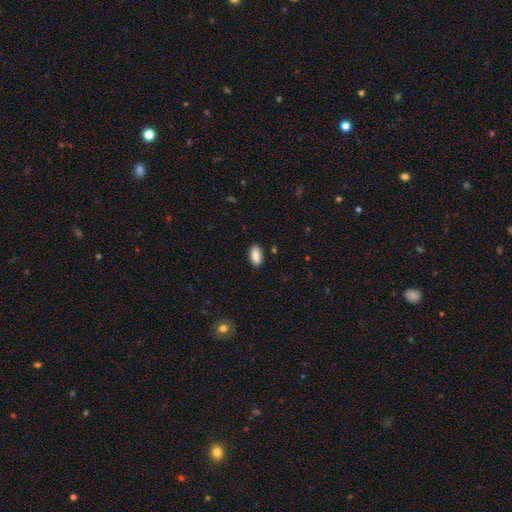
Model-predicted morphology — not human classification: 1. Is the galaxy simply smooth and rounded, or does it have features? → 87% smooth, 7% star or artifact, 6% featured or disk.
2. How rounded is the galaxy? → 90% in between, 7% cigar-shaped, 3% round.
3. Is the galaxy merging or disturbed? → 88% none, 9% minor disturbance, 2% major disturbance, 1% merger.